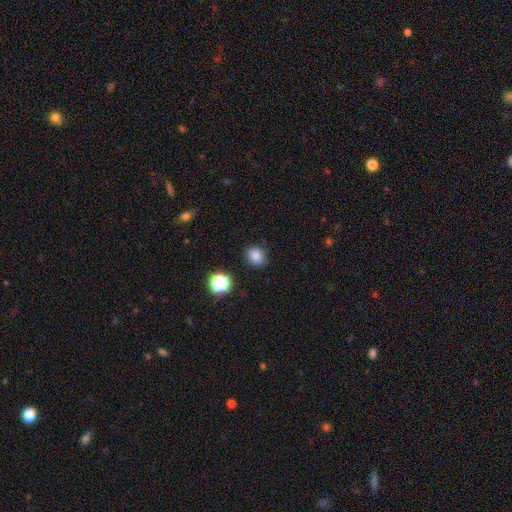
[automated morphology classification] The model was most divided on "how rounded": round: 58%, in between: 41%, cigar-shaped: 1%. More confident: merging — none (85%); smooth or featured — smooth (82%).